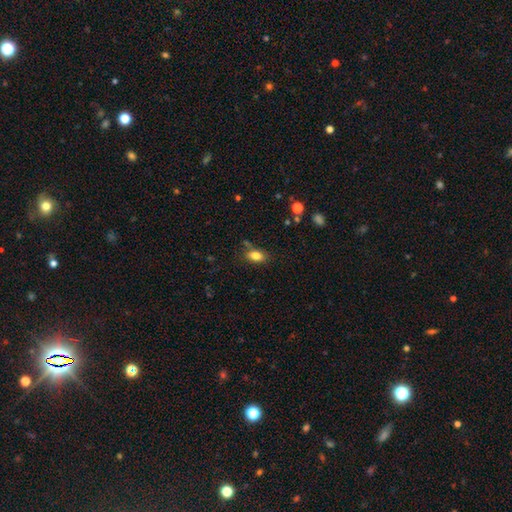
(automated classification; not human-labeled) A smooth galaxy with no disk features (82%) that is in between round and cigar-shaped (87%).

Vote fractions:
- Smooth or featured? smooth: 82% / star or artifact: 10% / featured or disk: 9%
- How rounded? in between: 87% / round: 9% / cigar-shaped: 4%
- Merging? none: 74% / minor disturbance: 17% / merger: 5% / major disturbance: 4%